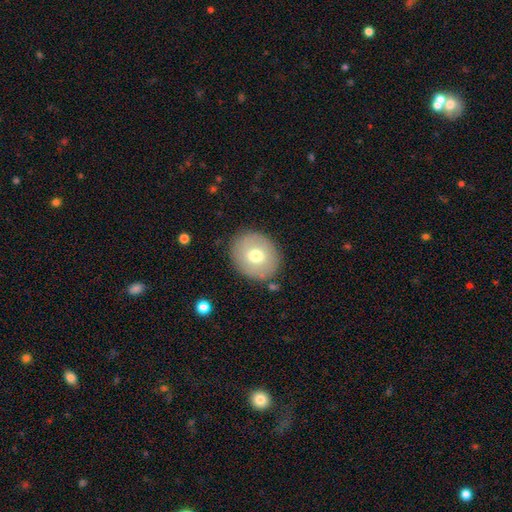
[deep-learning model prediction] Smooth or featured? smooth (69%)
How rounded? round (69%)
Merging? none (85%)